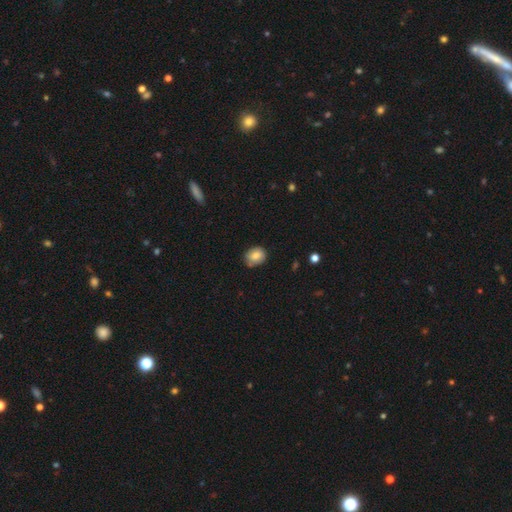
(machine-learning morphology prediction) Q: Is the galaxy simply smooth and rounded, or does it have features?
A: smooth — 81%.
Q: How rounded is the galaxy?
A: round — 60%.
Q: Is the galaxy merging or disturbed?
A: none — 72%.